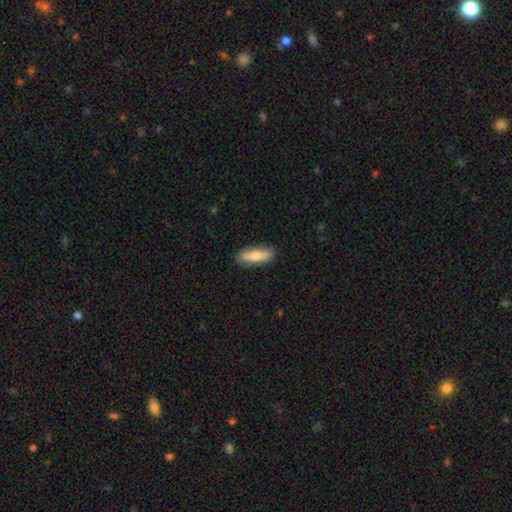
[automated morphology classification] Q: Smooth or featured?
A: smooth (77%); runner-up: featured or disk (18%)
Q: How rounded?
A: in between (50%); runner-up: cigar-shaped (48%)
Q: Merging?
A: none (86%); runner-up: minor disturbance (11%)